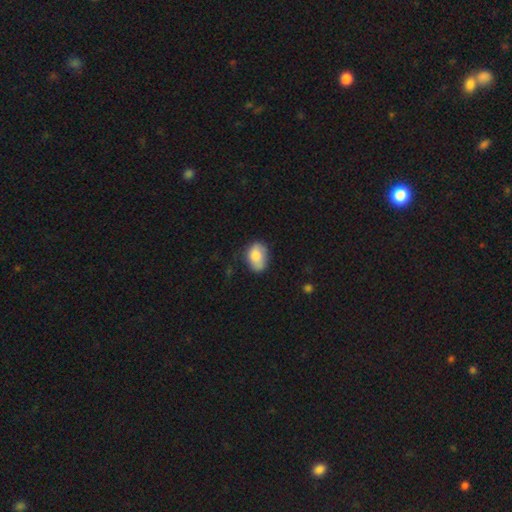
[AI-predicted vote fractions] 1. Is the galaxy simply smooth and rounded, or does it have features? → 80% smooth, 13% featured or disk, 7% star or artifact.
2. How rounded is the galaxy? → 81% in between, 18% round, 1% cigar-shaped.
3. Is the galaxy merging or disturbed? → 62% none, 29% minor disturbance, 7% major disturbance, 3% merger.